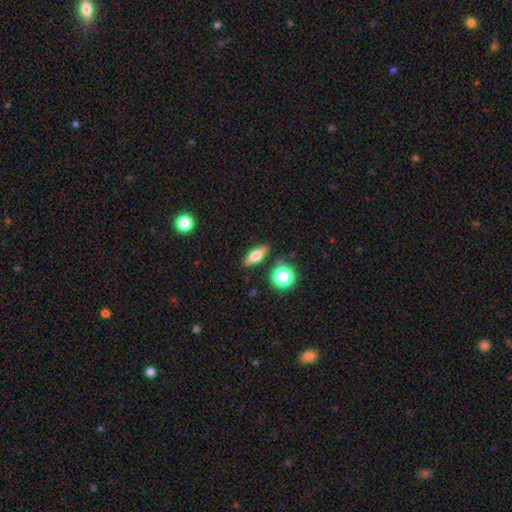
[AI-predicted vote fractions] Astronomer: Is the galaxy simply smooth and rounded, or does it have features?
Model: smooth — 66%.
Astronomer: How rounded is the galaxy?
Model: in between — 65%.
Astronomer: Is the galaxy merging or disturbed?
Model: none — 85%.